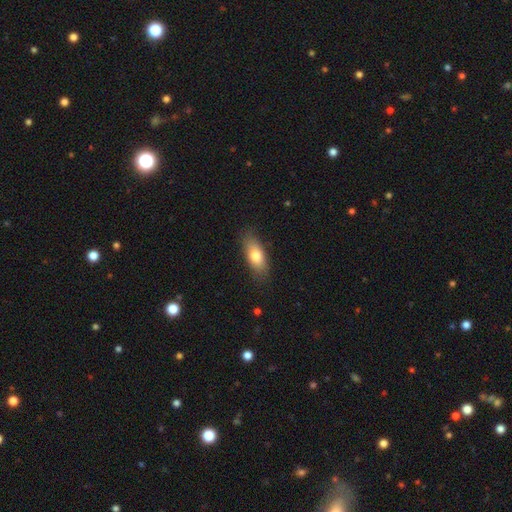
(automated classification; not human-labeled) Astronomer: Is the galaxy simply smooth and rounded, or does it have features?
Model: smooth — 76%.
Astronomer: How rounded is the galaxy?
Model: in between — 80%.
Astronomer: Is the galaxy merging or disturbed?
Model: none — 83%.